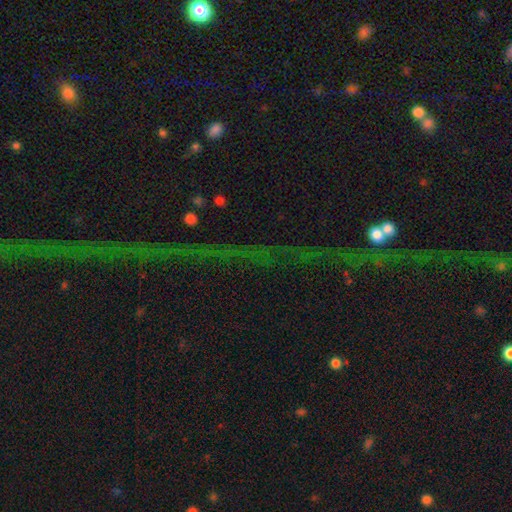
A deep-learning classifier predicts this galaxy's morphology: Smooth or featured? Predicted: star or artifact (p=0.78).